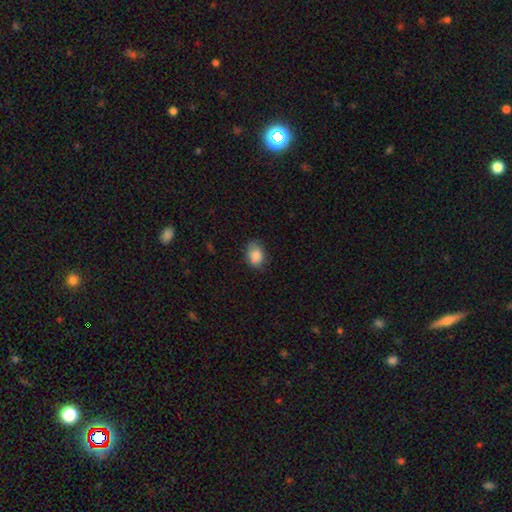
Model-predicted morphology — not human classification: A smooth galaxy with no disk features (83%) that is in between round and cigar-shaped (72%). Merging: none (63%).